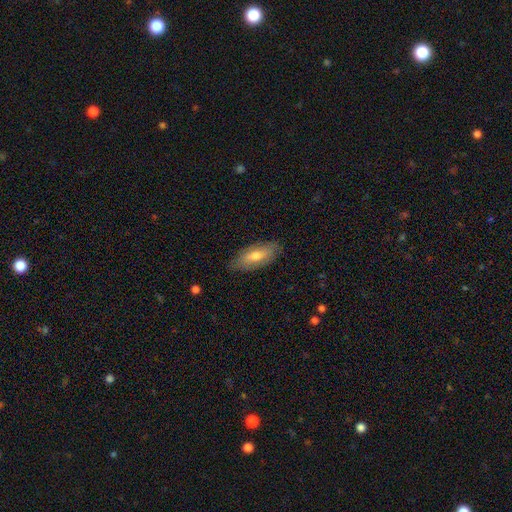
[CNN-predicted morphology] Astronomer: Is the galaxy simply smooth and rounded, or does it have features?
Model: smooth — 59% (runner-up: featured or disk, 34%).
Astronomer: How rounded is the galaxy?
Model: in between — 73%.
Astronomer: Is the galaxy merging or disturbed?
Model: none — 85%.